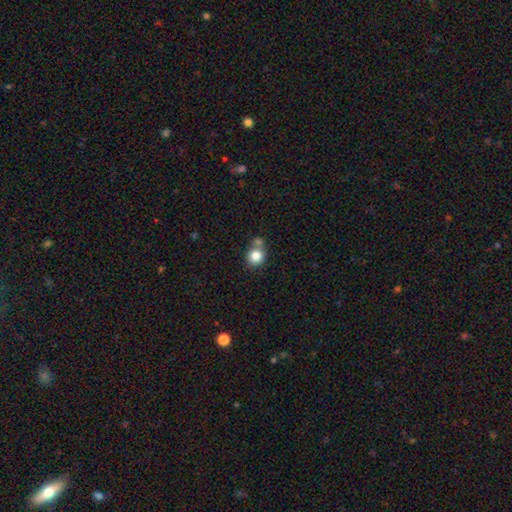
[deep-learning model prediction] The model was most divided on "merging": none: 57%, merger: 29%, minor disturbance: 11%, major disturbance: 3%. More confident: how rounded — round (82%); smooth or featured — smooth (82%).